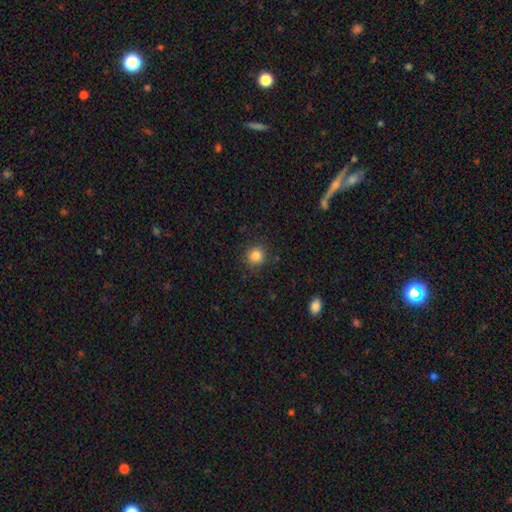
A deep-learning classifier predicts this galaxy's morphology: This is clearly a smooth galaxy (84%). How rounded: clearly round (90%). Merging: clearly none (87%).